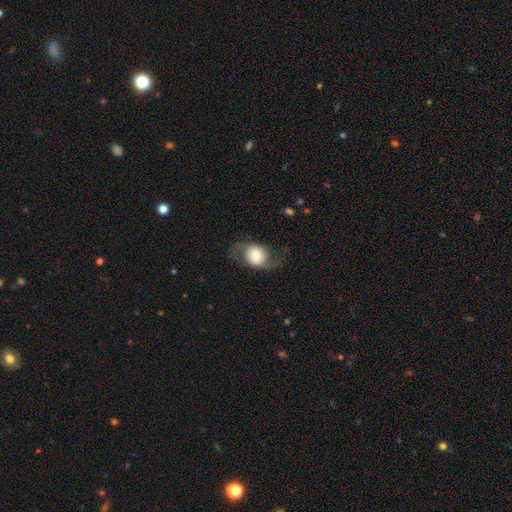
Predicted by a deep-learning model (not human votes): Overall: smooth (46%, tied with featured or disk). Merging: none (65%).